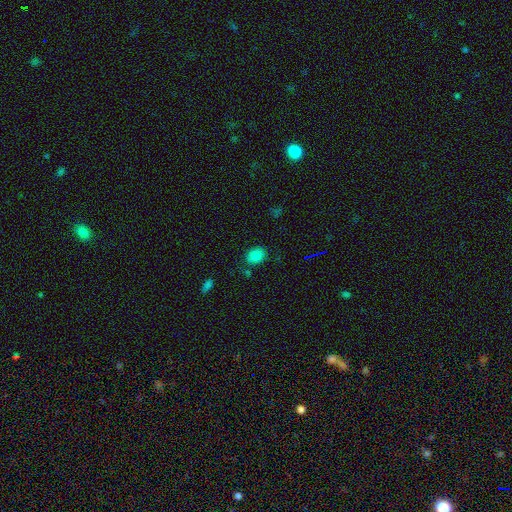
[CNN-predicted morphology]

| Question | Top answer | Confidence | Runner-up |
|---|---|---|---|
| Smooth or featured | smooth | 83% | star or artifact (13%) |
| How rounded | in between | 55% | round (44%) |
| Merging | none | 76% | minor disturbance (15%) |